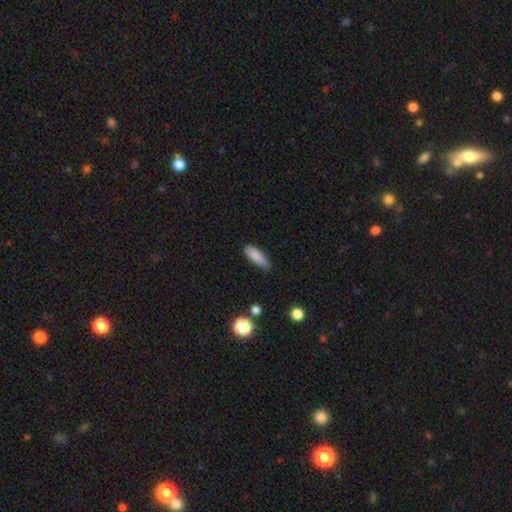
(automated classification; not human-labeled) smooth-or-featured: smooth: 86% | star or artifact: 8% | featured or disk: 6%
  how-rounded: in between: 59% | cigar-shaped: 39% | round: 2%
  merging: none: 74% | minor disturbance: 21% | major disturbance: 3% | merger: 2%